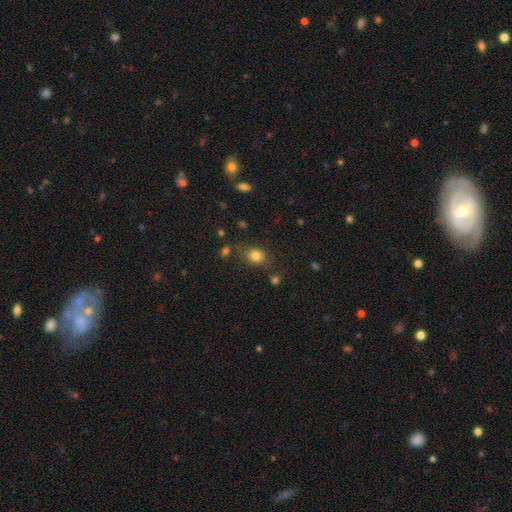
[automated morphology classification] This is clearly a smooth galaxy (80%). How rounded: likely round (61%). Merging: likely none (71%).